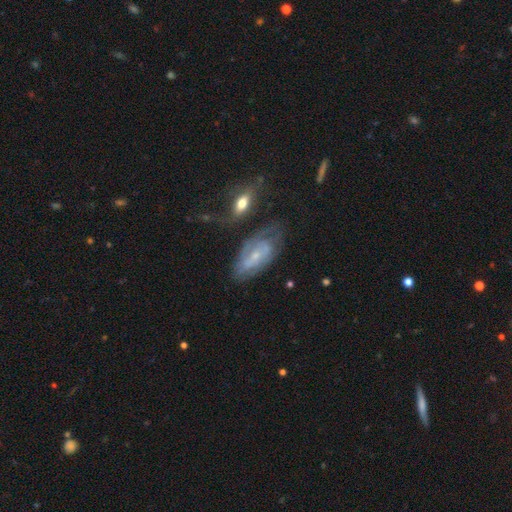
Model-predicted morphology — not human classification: A featured or disk galaxy (64%) with no bar (55%), spiral arms (69%) and a small central bulge (70%). Merging: none (50%).